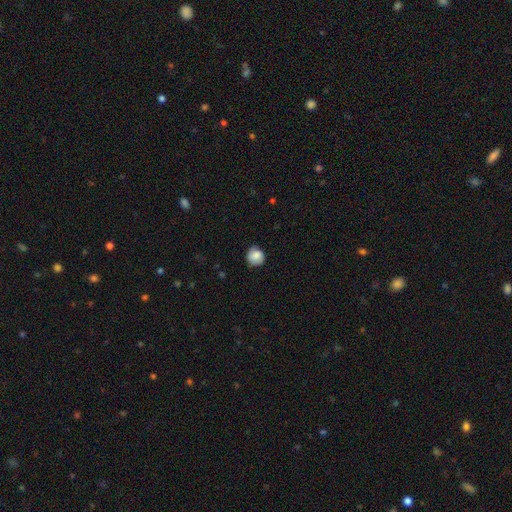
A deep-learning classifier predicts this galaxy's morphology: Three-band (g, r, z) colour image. It shows a smooth galaxy with no disk features (82%) that is round (88%). Merging: none (76%).